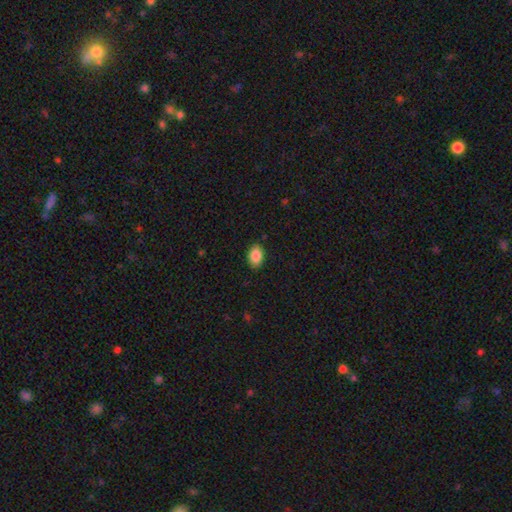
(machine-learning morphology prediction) The model was most divided on "how rounded": in between: 86%, round: 13%, cigar-shaped: 1%. More confident: merging — none (89%); smooth or featured — smooth (88%).